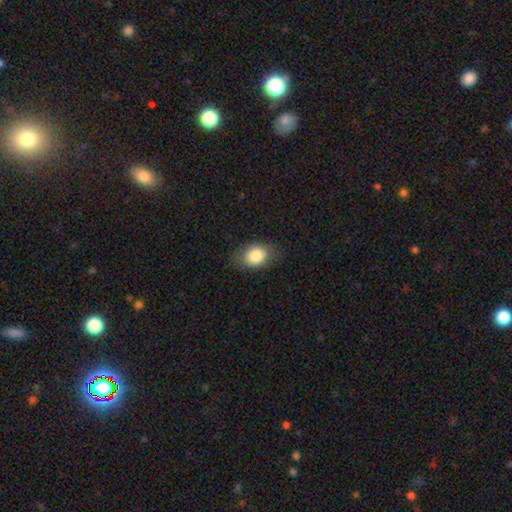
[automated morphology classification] Q: Smooth or featured?
A: smooth (82%); runner-up: featured or disk (10%)
Q: How rounded?
A: in between (76%); runner-up: round (22%)
Q: Merging?
A: none (80%); runner-up: minor disturbance (14%)